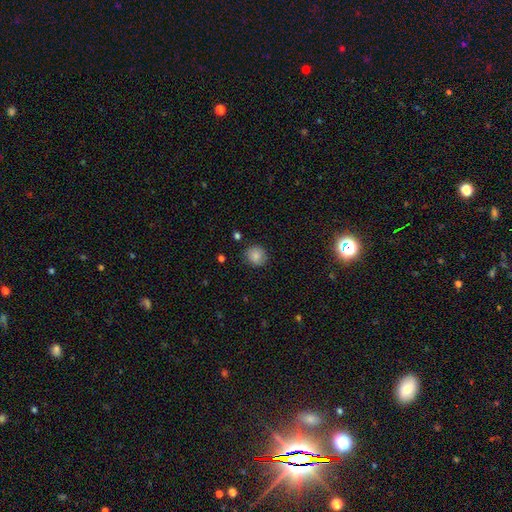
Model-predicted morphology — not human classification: A smooth galaxy with no disk features (84%) that is round (86%). Merging: none (85%).